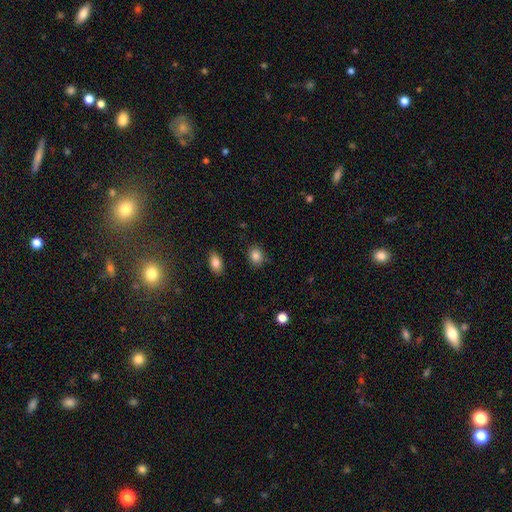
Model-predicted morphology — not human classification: This is clearly a smooth galaxy (85%). How rounded: possibly round (49%, tied with in between). Merging: clearly none (83%).